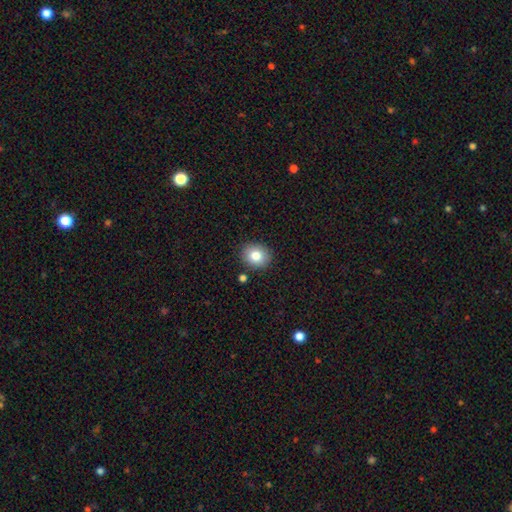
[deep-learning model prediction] Q: Smooth or featured?
A: smooth (81%); runner-up: star or artifact (10%)
Q: How rounded?
A: round (69%); runner-up: in between (30%)
Q: Merging?
A: none (86%); runner-up: minor disturbance (8%)